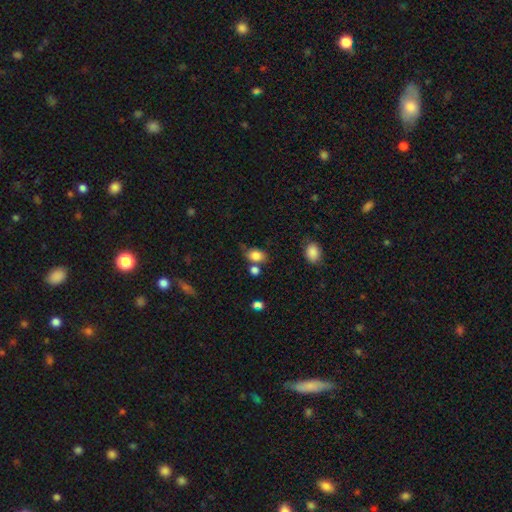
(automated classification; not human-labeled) This appears to be a smooth galaxy with no disk features (83%) that is in between round and cigar-shaped (75%). Merging: none (61%).